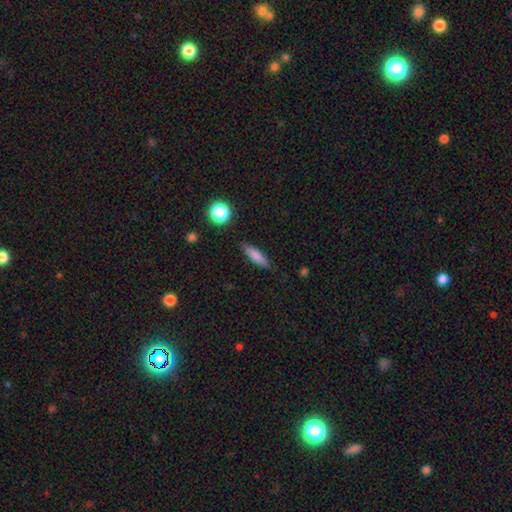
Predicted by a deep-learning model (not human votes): Smooth or featured? smooth (78%)
How rounded? cigar-shaped (70%)
Merging? none (85%)